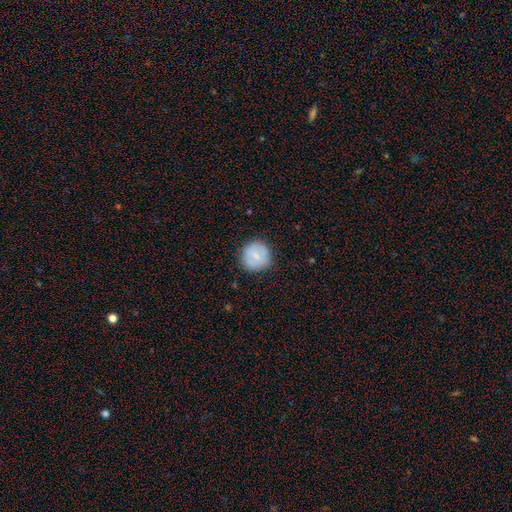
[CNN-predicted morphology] This is likely a smooth galaxy (75%). How rounded: clearly round (92%). Merging: clearly none (84%).